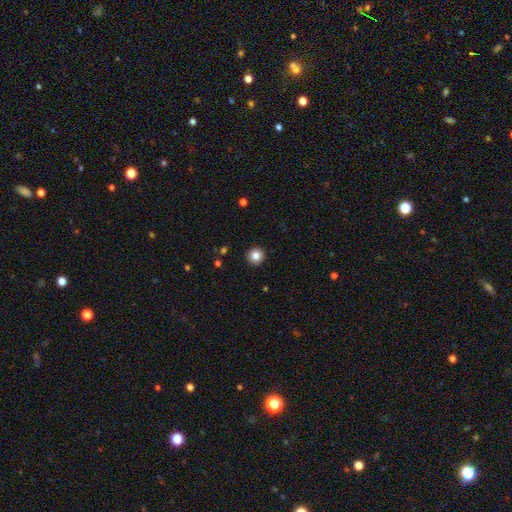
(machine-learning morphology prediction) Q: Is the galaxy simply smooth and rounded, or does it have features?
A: smooth — 84%.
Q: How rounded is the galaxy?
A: round — 95%.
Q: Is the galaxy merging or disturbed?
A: none — 93%.